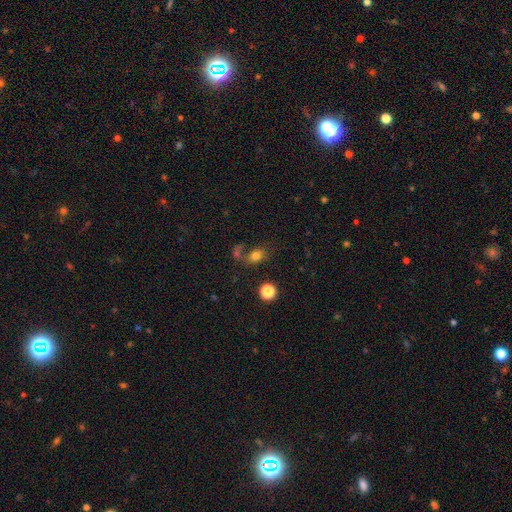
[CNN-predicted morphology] The model was most divided on "how rounded": in between: 62%, round: 36%, cigar-shaped: 2%. More confident: smooth or featured — smooth (75%); merging — none (53%).